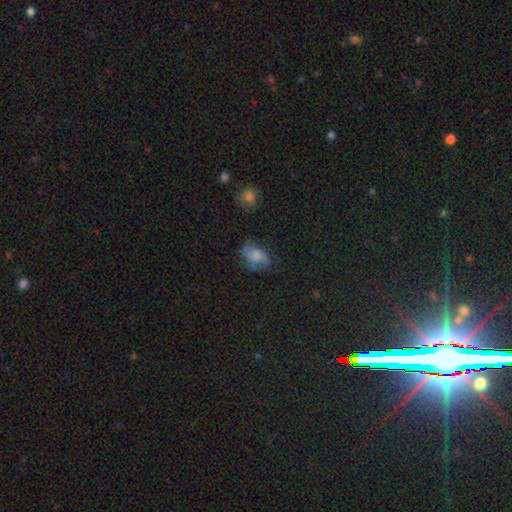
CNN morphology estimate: smooth 49%, featured or disk 39%, star or artifact 11%. Down the decision tree: merging — none (53%).